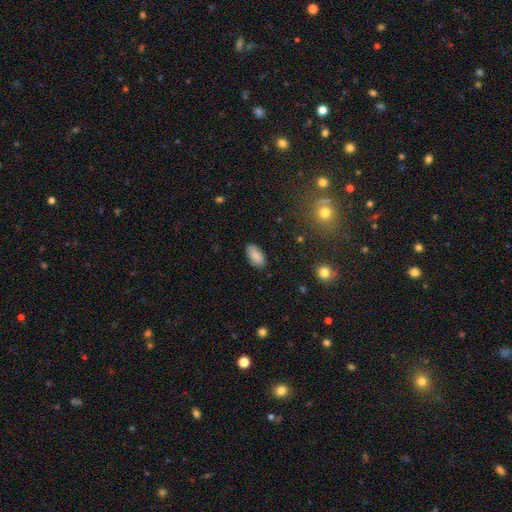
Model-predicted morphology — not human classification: Smooth or featured? smooth (86%)
How rounded? in between (92%)
Merging? none (86%)